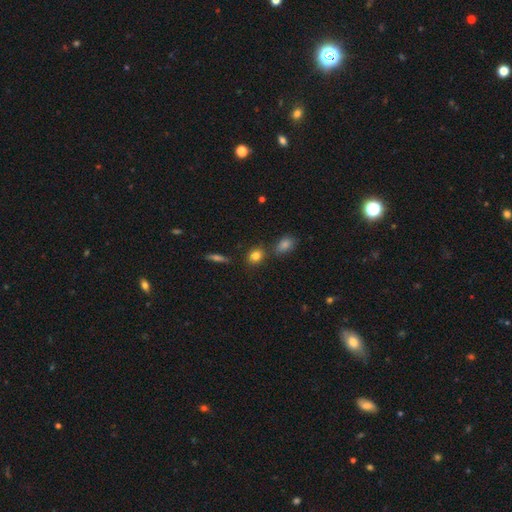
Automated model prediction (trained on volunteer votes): A smooth galaxy with no disk features (82%) that is round (61%).

Vote fractions:
- Smooth or featured? smooth: 82% / star or artifact: 11% / featured or disk: 8%
- How rounded? round: 61% / in between: 36% / cigar-shaped: 2%
- Merging? none: 73% / merger: 12% / minor disturbance: 11% / major disturbance: 3%